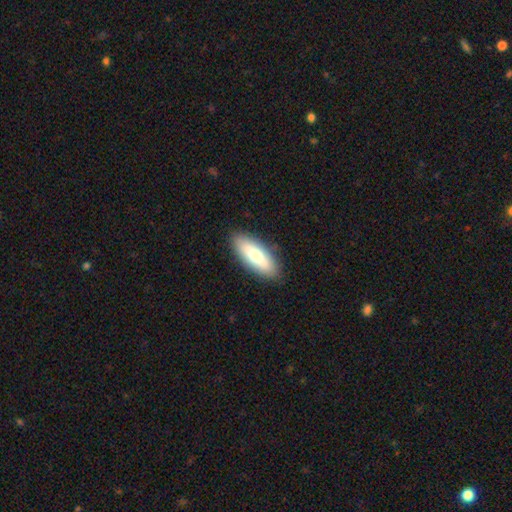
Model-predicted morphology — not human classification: smooth 69%, featured or disk 25%, star or artifact 6%. Down the decision tree: how rounded — in between (67%); merging — none (88%).